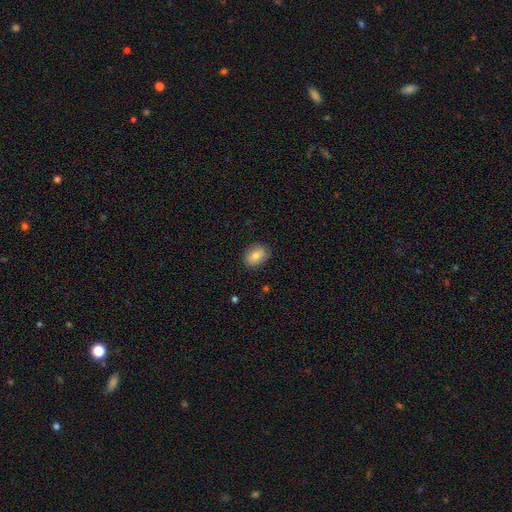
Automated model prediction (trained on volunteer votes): Smooth or featured?
  - smooth: 77% *
  - featured or disk: 15%
  - star or artifact: 9%
How rounded?
  - in between: 75% *
  - round: 24%
  - cigar-shaped: 1%
Merging?
  - none: 85% *
  - minor disturbance: 12%
  - major disturbance: 2%
  - merger: 1%